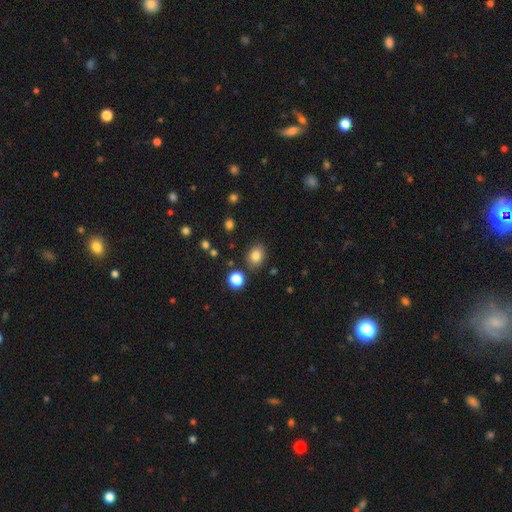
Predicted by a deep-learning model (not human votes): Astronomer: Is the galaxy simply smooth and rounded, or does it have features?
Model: smooth — 83%.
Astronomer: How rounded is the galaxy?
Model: in between — 54% (runner-up: round, 45%).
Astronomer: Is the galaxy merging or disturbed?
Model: none — 82%.